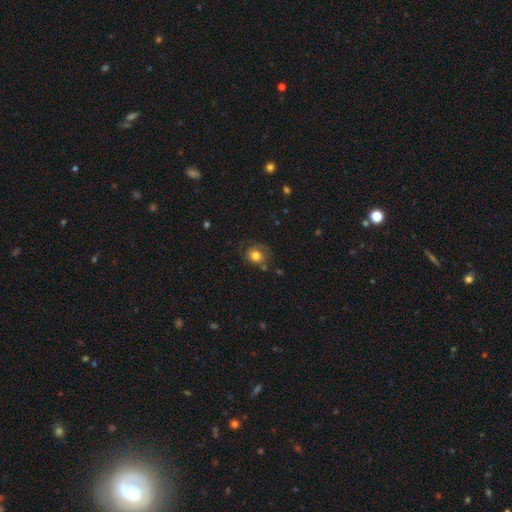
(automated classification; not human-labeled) Smooth or featured? smooth (76%)
How rounded? round (73%)
Merging? none (63%)